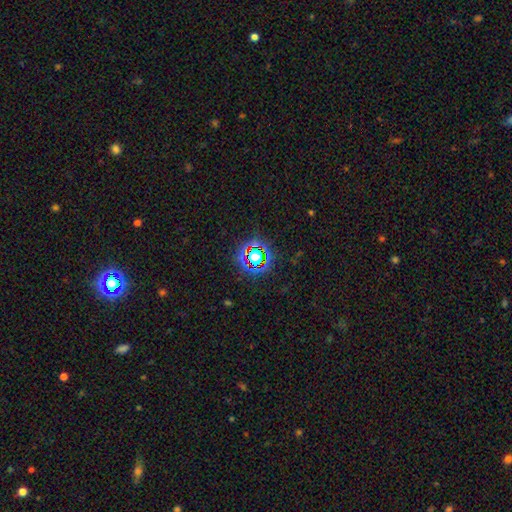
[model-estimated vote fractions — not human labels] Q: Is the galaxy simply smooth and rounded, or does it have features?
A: star or artifact — 68%.